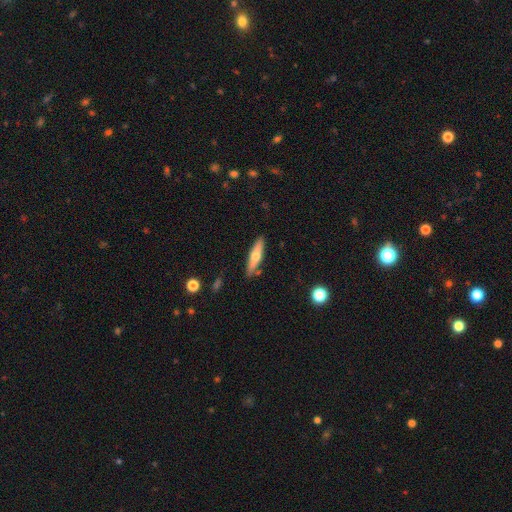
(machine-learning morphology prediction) This is possibly a smooth galaxy (54%). How rounded: likely cigar-shaped (75%). Merging: clearly none (86%).